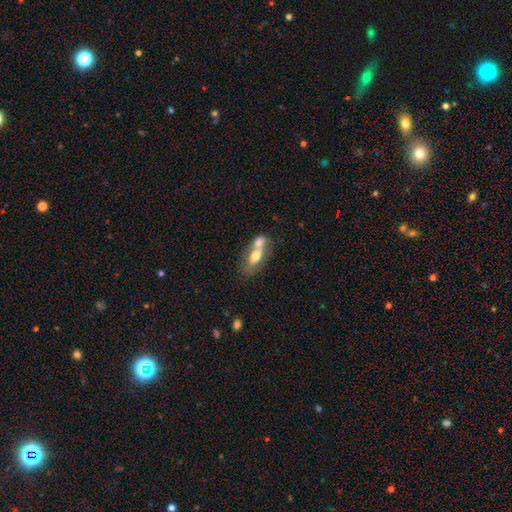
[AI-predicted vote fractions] Q: Smooth or featured?
A: smooth (59%); runner-up: featured or disk (34%)
Q: How rounded?
A: in between (78%); runner-up: cigar-shaped (14%)
Q: Merging?
A: merger (59%); runner-up: none (26%)